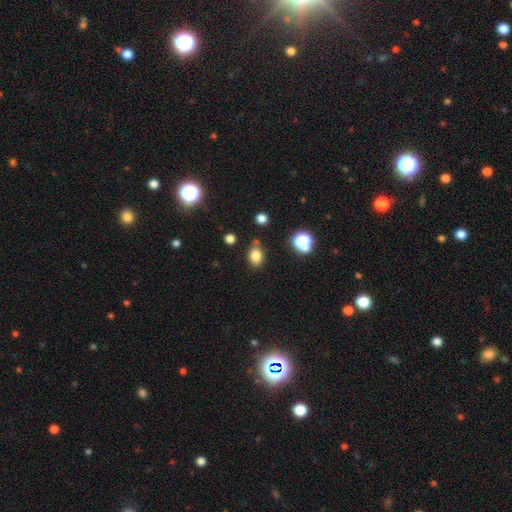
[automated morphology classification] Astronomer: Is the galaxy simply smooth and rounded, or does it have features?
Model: smooth — 81%.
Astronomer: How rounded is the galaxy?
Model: in between — 66%.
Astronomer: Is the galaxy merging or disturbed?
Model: none — 75%.